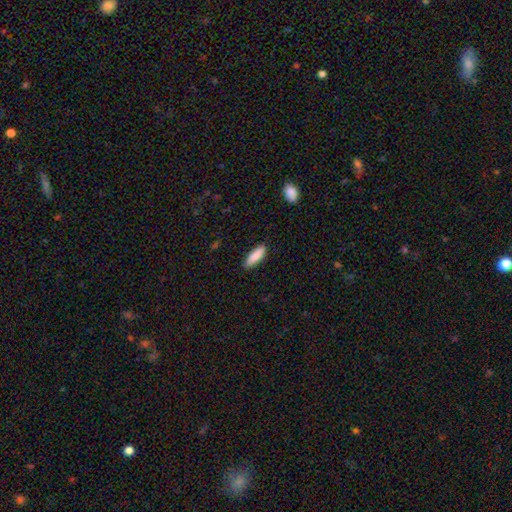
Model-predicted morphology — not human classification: This appears to be a smooth galaxy with no disk features (86%) that is cigar-shaped (56%). Merging: none (87%).